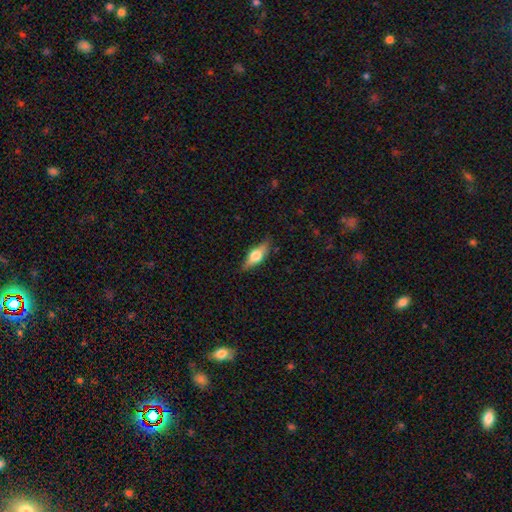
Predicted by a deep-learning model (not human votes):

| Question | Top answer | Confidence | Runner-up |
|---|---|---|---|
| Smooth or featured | featured or disk | 51% | smooth (42%) |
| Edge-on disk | yes | 92% | no (8%) |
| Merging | none | 80% | minor disturbance (15%) |